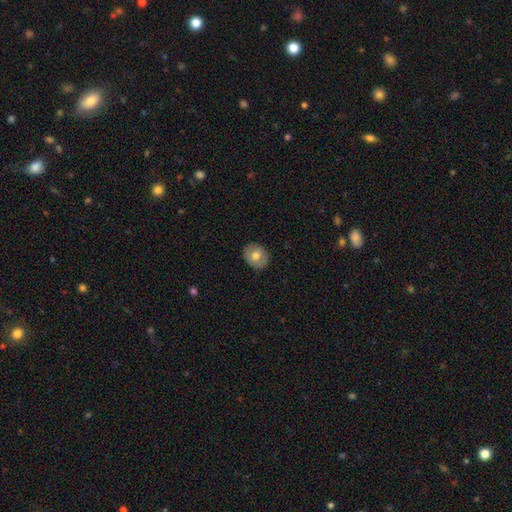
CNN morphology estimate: Overall: smooth (68%). How rounded: round (67%; in between 32%). Merging: none (88%).